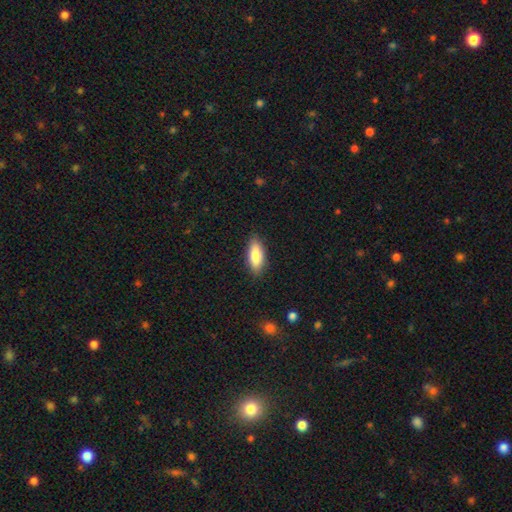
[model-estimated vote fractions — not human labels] Smooth or featured: smooth — 82% (featured or disk — 12%)
How rounded: in between — 71% (cigar-shaped — 27%)
Merging: none — 87% (minor disturbance — 10%)